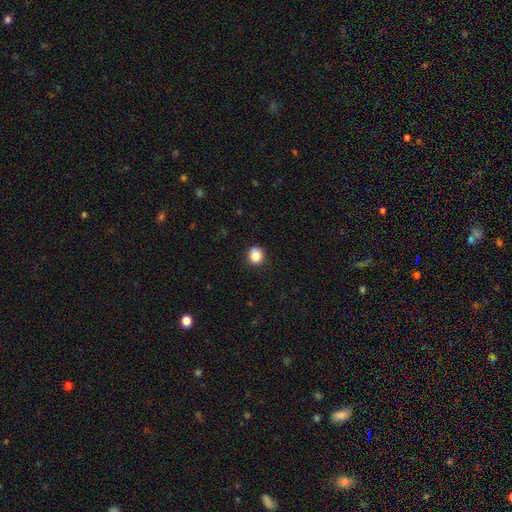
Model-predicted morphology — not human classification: This appears to be a smooth galaxy with no disk features (86%) that is round (85%). Merging: none (88%).